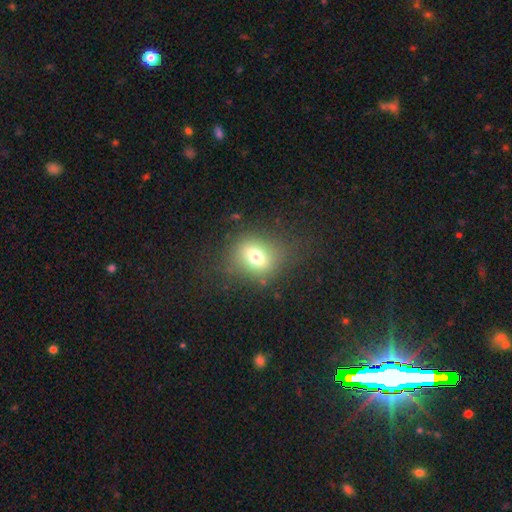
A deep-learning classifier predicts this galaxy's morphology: This is likely a smooth galaxy (67%). How rounded: possibly in between (56%). Merging: likely none (74%).